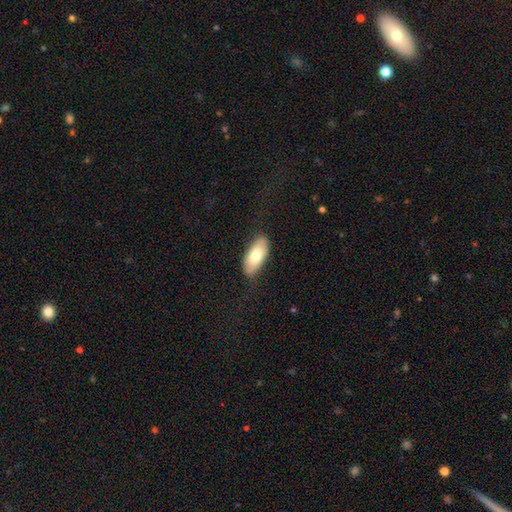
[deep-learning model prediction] smooth 75%, featured or disk 19%, star or artifact 6%. Down the decision tree: how rounded — in between (87%); merging — none (81%).